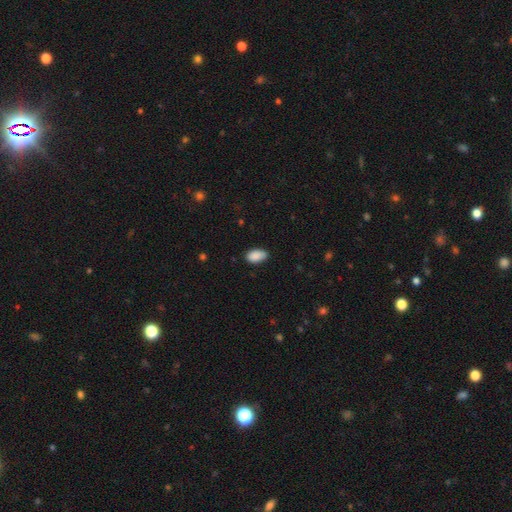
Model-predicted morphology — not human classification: smooth 90%, star or artifact 7%, featured or disk 3%. Down the decision tree: how rounded — in between (94%); merging — none (78%).